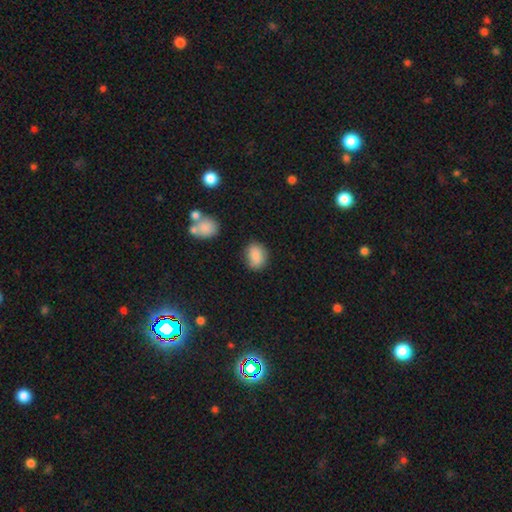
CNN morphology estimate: smooth_or_featured: smooth (p=0.87) [alt: star or artifact p=0.08]
how_rounded: in between (p=0.64) [alt: round p=0.35]
merging: none (p=0.76) [alt: minor disturbance p=0.17]